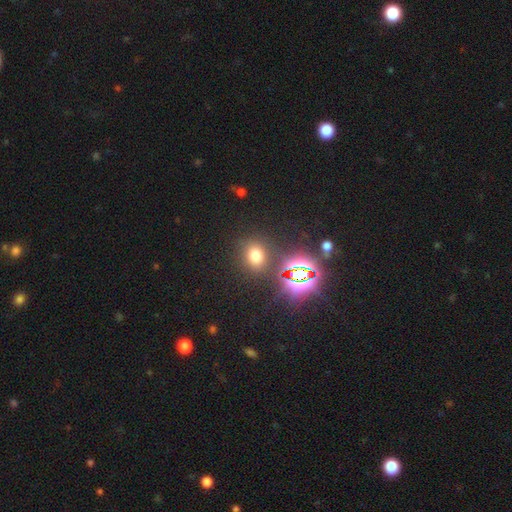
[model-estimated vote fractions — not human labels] Smooth or featured: smooth — 63% (star or artifact — 30%)
How rounded: round — 57% (in between — 42%)
Merging: none — 82% (minor disturbance — 9%)